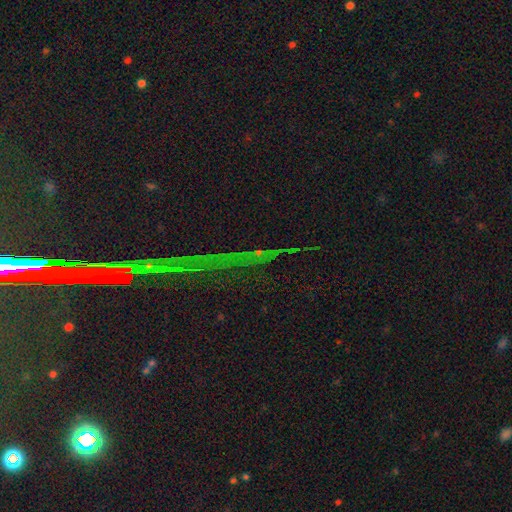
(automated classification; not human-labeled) Smooth or featured? star or artifact (81%)